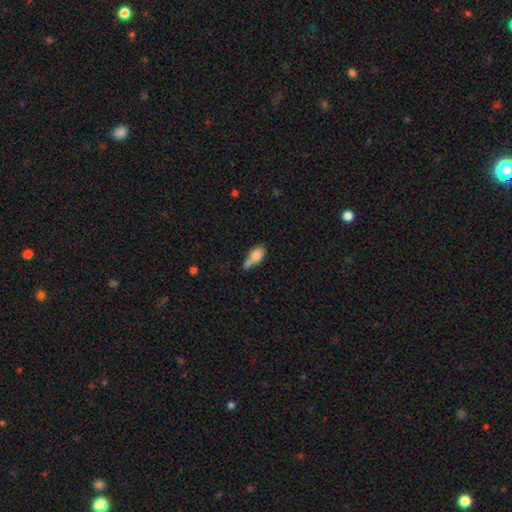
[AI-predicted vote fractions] Overall: smooth (77%). How rounded: in between (79%). Merging: merger (45%; none 26%).